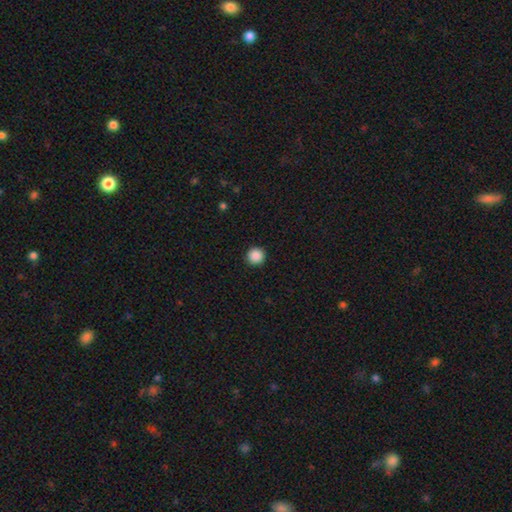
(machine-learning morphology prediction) The model was most divided on "smooth or featured": smooth: 88%, star or artifact: 9%, featured or disk: 2%. More confident: how rounded — round (96%); merging — none (93%).